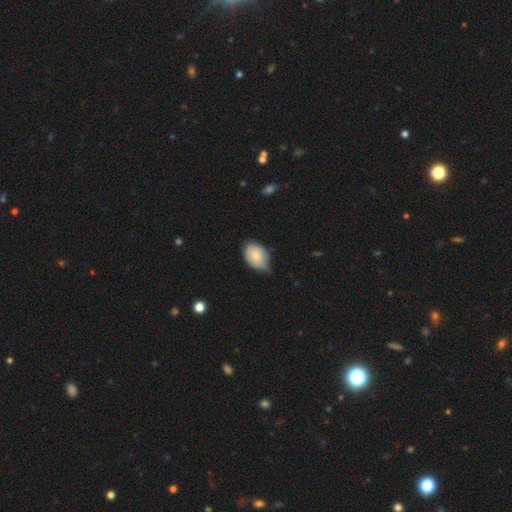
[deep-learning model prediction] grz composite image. It shows a smooth galaxy with no disk features (81%) that is in between round and cigar-shaped (81%). Merging: minor disturbance (47%).